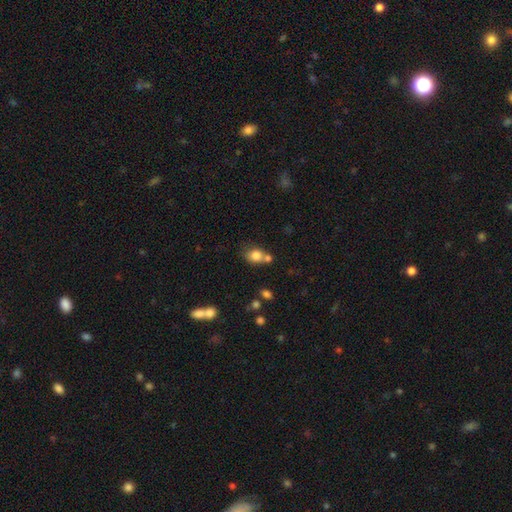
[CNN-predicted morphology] Smooth or featured? Predicted: smooth (p=0.80). How rounded? Predicted: round (p=0.61). Merging? Predicted: none (p=0.46).